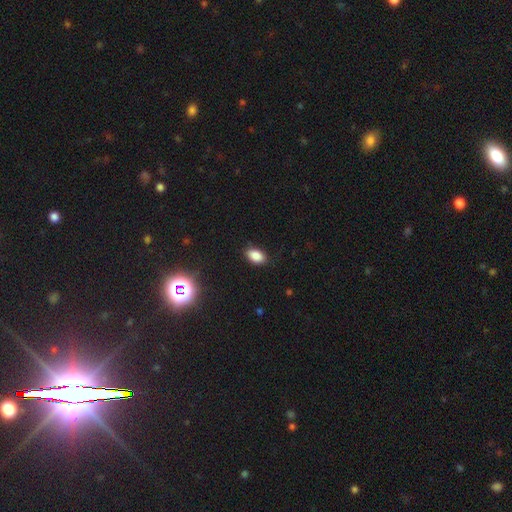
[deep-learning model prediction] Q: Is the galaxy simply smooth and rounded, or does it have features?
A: smooth — 84%.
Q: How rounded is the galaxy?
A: in between — 90%.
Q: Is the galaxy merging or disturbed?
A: none — 84%.